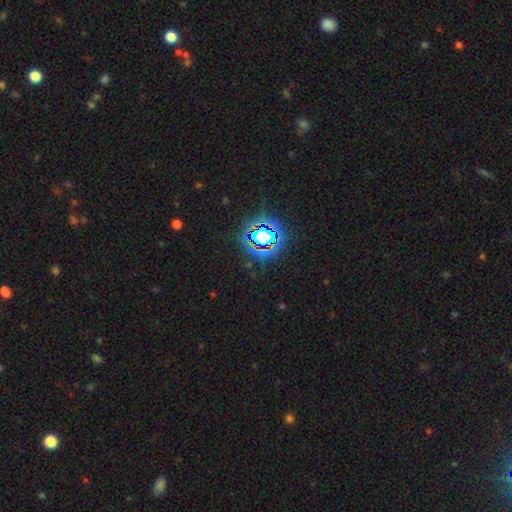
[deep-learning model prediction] Smooth or featured?
  - star or artifact: 80% *
  - smooth: 12%
  - featured or disk: 8%